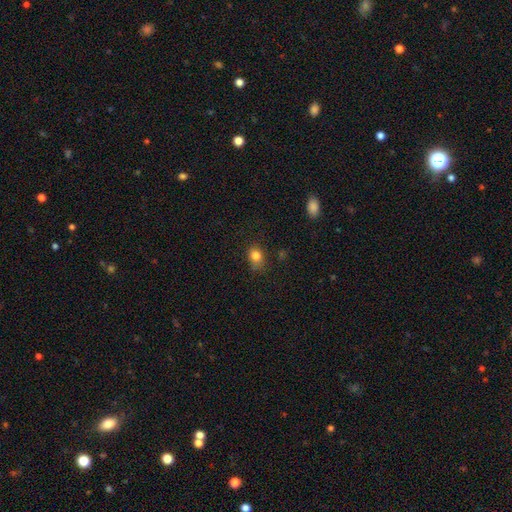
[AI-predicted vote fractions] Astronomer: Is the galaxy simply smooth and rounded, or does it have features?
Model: smooth — 82%.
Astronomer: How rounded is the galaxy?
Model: round — 50% (runner-up: in between, 49%).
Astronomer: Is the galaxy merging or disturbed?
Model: none — 67%.